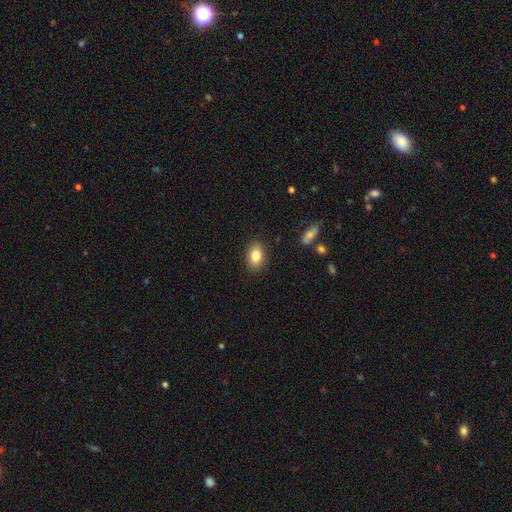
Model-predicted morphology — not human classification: This is clearly a smooth galaxy (84%). How rounded: clearly in between (85%). Merging: clearly none (87%).